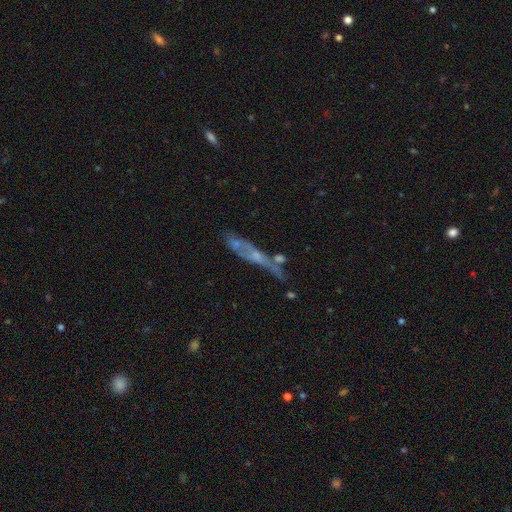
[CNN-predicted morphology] featured or disk 56%, smooth 28%, star or artifact 16%. Down the decision tree: edge-on disk — no (54%); merging — none (39%).